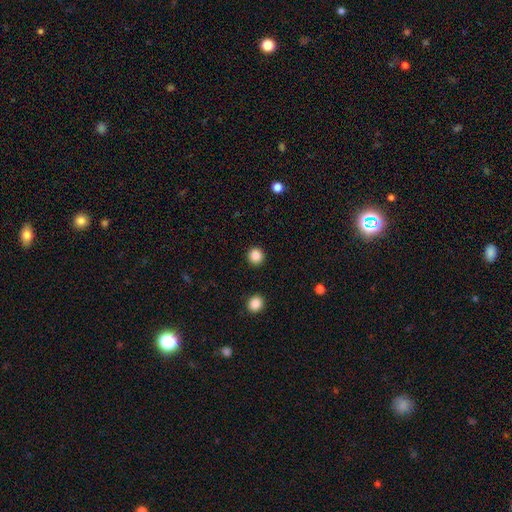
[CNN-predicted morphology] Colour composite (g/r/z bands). It shows a smooth galaxy with no disk features (87%) that is round (94%). Merging: none (92%).